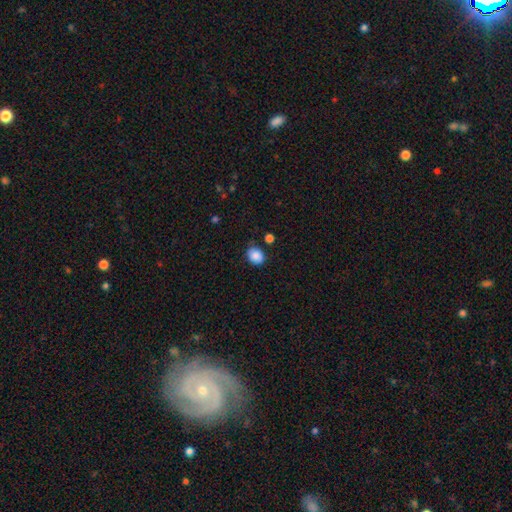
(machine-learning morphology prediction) Overall: smooth (86%). How rounded: round (51%; in between 48%). Merging: none (75%).